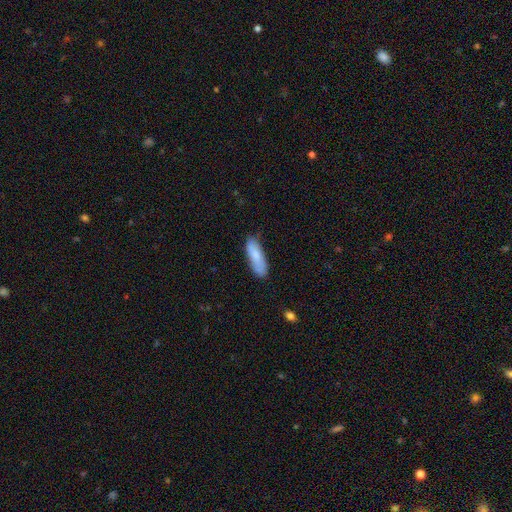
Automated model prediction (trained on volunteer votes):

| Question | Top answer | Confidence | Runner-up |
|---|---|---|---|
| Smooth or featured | smooth | 81% | featured or disk (13%) |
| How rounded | in between | 52% | cigar-shaped (46%) |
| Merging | none | 77% | minor disturbance (18%) |